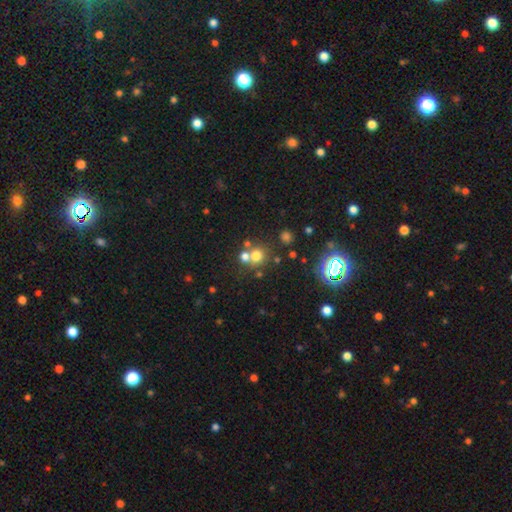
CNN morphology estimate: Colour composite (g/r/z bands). It shows a smooth galaxy with no disk features (67%) that is round (87%). Merging: none (55%).